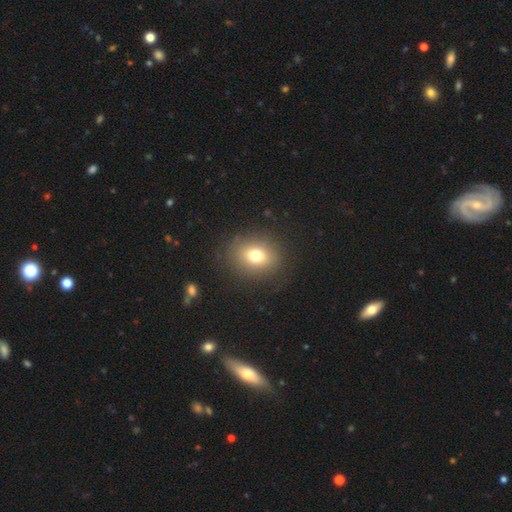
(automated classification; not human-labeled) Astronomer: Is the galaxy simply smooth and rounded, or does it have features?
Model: smooth — 74%.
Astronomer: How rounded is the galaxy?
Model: round — 55% (runner-up: in between, 44%).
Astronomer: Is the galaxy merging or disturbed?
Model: none — 85%.